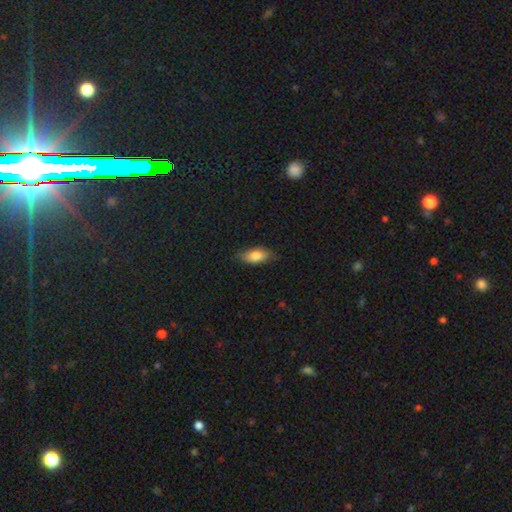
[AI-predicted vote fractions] The model was most divided on "merging": none: 80%, minor disturbance: 16%, major disturbance: 3%, merger: 1%. More confident: how rounded — in between (84%); smooth or featured — smooth (80%).